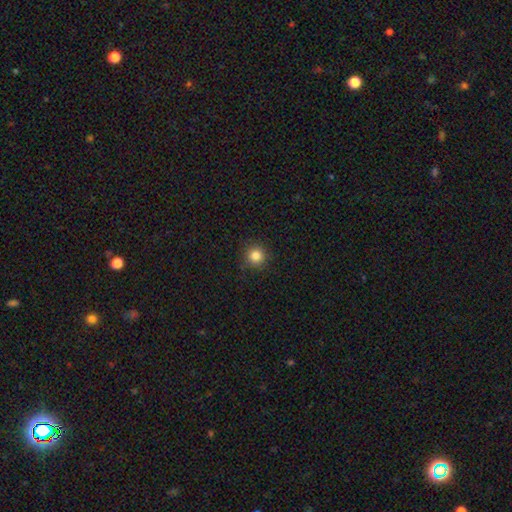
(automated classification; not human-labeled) smooth-or-featured: smooth: 84% | star or artifact: 11% | featured or disk: 4%
  how-rounded: round: 95% | in between: 4% | cigar-shaped: 1%
  merging: none: 90% | minor disturbance: 7% | major disturbance: 2% | merger: 1%